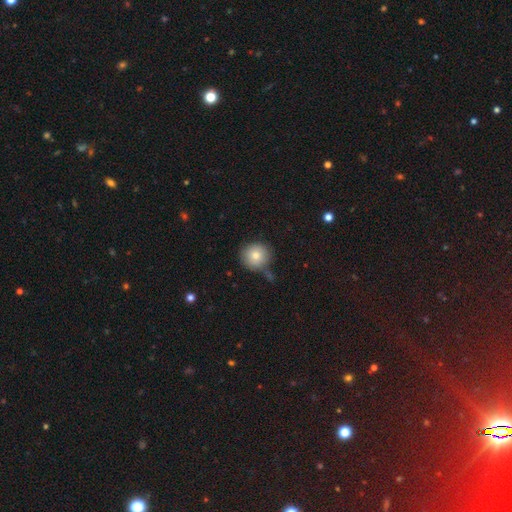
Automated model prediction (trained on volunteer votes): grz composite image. It shows a smooth galaxy with no disk features (80%) that is round (92%). Merging: none (73%).